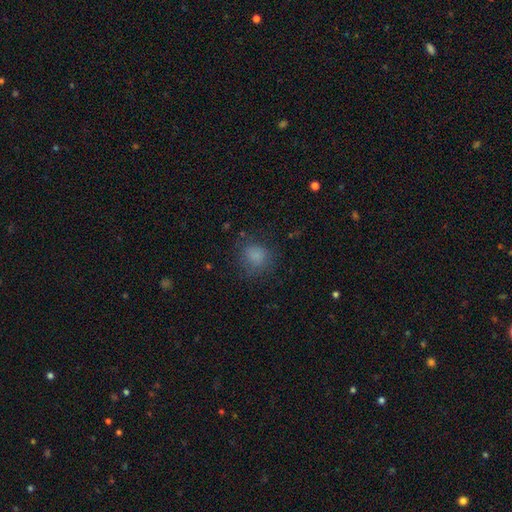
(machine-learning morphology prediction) This is clearly a smooth galaxy (80%). How rounded: likely round (75%). Merging: likely none (73%).